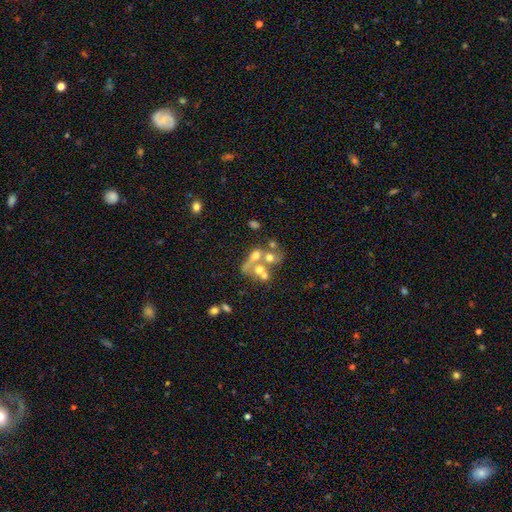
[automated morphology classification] Smooth or featured? smooth (44%)
Merging? merger (59%)